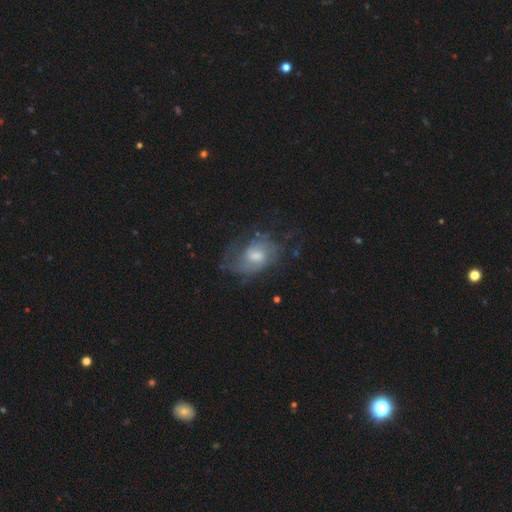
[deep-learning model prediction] Q: Smooth or featured?
A: featured or disk (68%); runner-up: smooth (23%)
Q: Edge-on disk?
A: no (96%); runner-up: yes (4%)
Q: Bar?
A: weak (52%); runner-up: no (40%)
Q: Spiral arms?
A: yes (83%); runner-up: no (17%)
Q: Spiral winding?
A: medium (43%); runner-up: tight (32%)
Q: Spiral arm count?
A: 2 (43%); runner-up: can't tell (37%)
Q: Bulge size?
A: moderate (54%); runner-up: small (29%)
Q: Merging?
A: none (52%); runner-up: minor disturbance (24%)